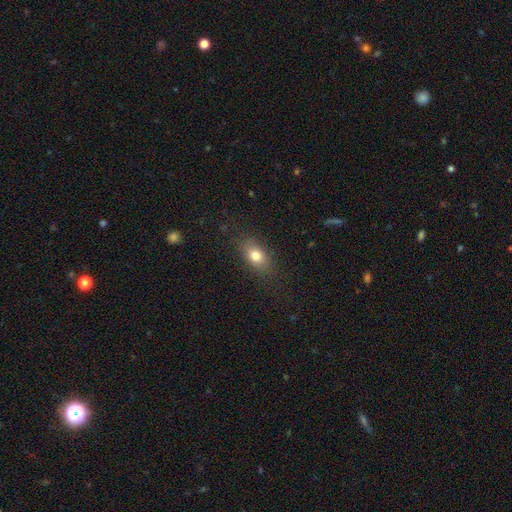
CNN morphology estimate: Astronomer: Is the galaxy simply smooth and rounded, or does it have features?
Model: smooth — 78%.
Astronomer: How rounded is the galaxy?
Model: in between — 80%.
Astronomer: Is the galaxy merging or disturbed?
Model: none — 81%.